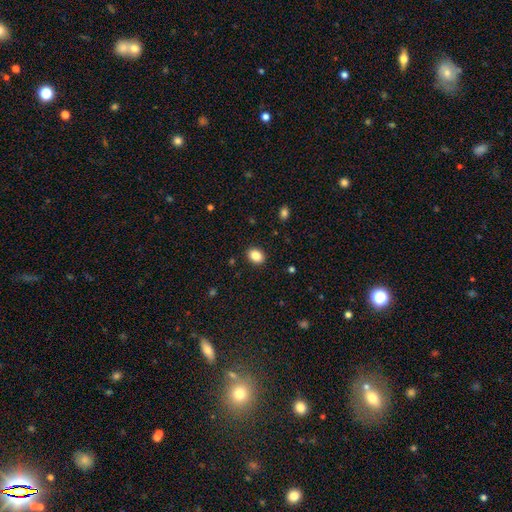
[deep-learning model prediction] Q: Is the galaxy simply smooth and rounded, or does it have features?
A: smooth — 86%.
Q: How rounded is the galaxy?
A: in between — 69%.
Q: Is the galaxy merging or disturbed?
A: none — 89%.